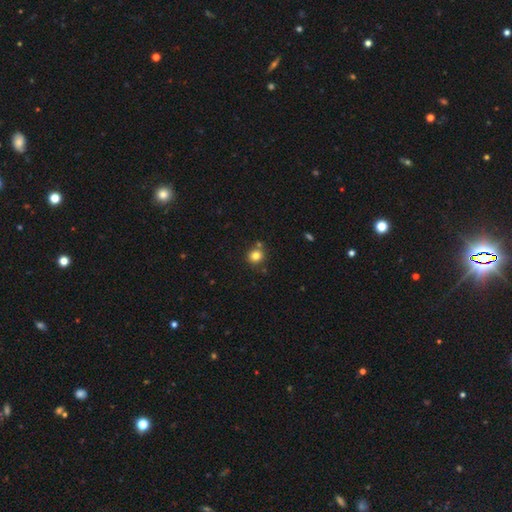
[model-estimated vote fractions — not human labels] smooth_or_featured: smooth (p=0.81) [alt: star or artifact p=0.12]
how_rounded: round (p=0.86) [alt: in between p=0.13]
merging: none (p=0.75) [alt: merger p=0.11]